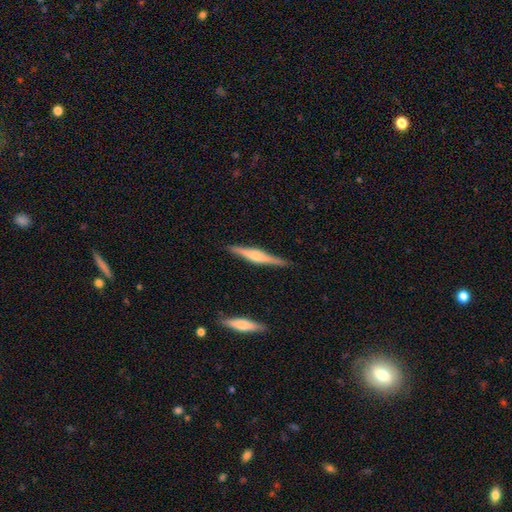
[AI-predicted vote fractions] Smooth or featured? Predicted: featured or disk (p=0.70). Edge-on disk? Predicted: yes (p=0.98). Edge-on bulge? Predicted: rounded (p=0.75). Merging? Predicted: none (p=0.89).